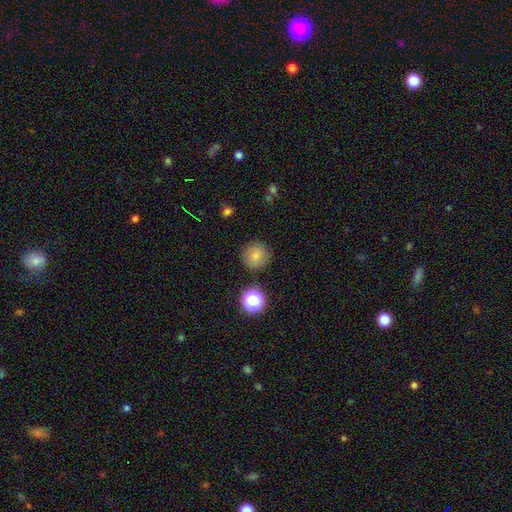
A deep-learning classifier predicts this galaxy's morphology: Q: Smooth or featured?
A: smooth (81%); runner-up: star or artifact (12%)
Q: How rounded?
A: round (94%); runner-up: in between (5%)
Q: Merging?
A: none (87%); runner-up: minor disturbance (7%)